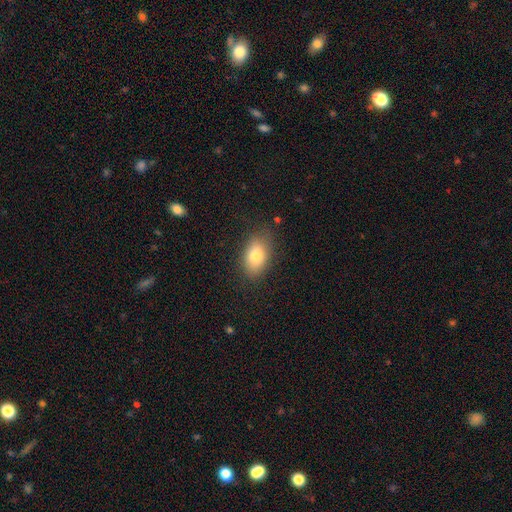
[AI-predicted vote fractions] Q: Smooth or featured?
A: smooth (79%); runner-up: featured or disk (13%)
Q: How rounded?
A: in between (87%); runner-up: round (10%)
Q: Merging?
A: none (80%); runner-up: minor disturbance (14%)